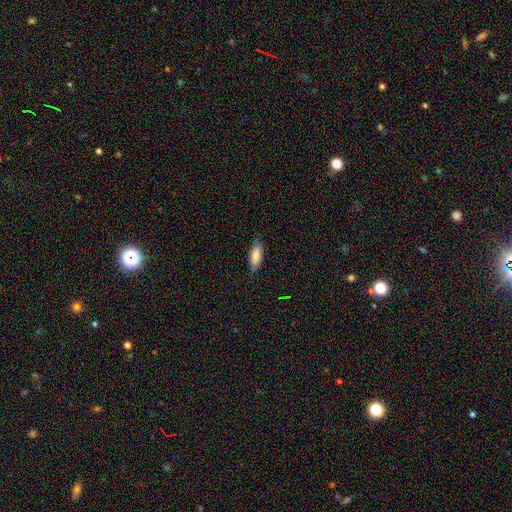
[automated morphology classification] This is clearly a smooth galaxy (83%). How rounded: possibly in between (58%). Merging: clearly none (82%).